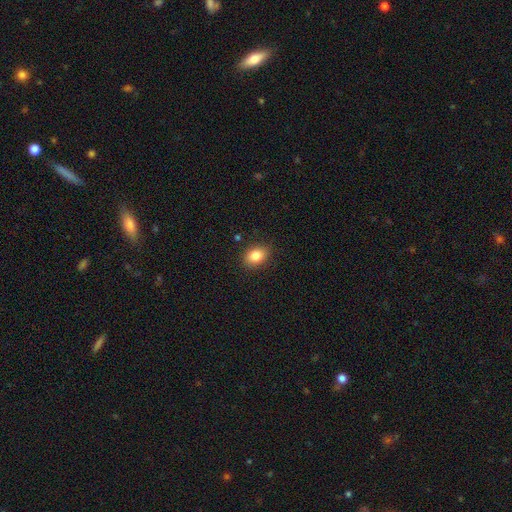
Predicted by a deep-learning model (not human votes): Smooth or featured?
  - smooth: 84% *
  - star or artifact: 9%
  - featured or disk: 7%
How rounded?
  - in between: 73% *
  - round: 26%
  - cigar-shaped: 1%
Merging?
  - none: 86% *
  - minor disturbance: 11%
  - major disturbance: 3%
  - merger: 1%